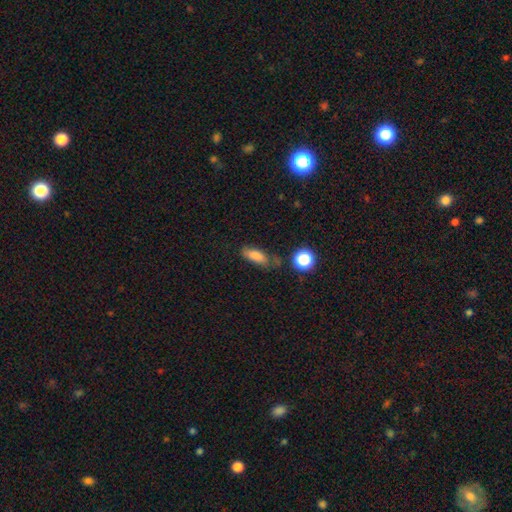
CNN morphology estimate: Overall: smooth (79%). How rounded: in between (73%). Merging: none (63%).